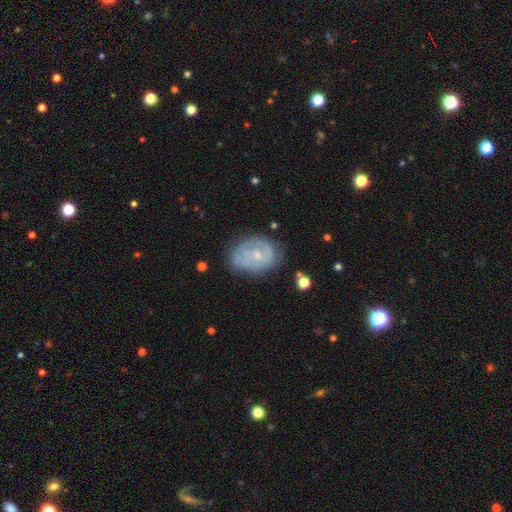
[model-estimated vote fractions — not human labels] Smooth or featured? Predicted: featured or disk (p=0.69). Edge-on disk? Predicted: no (p=0.97). Bar? Predicted: no (p=0.64). Spiral arms? Predicted: yes (p=0.77). Spiral winding? Predicted: tight (p=0.56). Spiral arm count? Predicted: 2 (p=0.41). Bulge size? Predicted: small (p=0.63). Merging? Predicted: none (p=0.63).